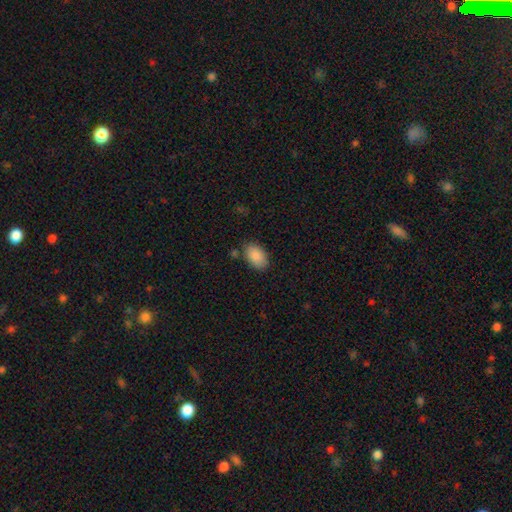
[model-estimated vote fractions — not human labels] smooth_or_featured: smooth (p=0.89) [alt: star or artifact p=0.07]
how_rounded: in between (p=0.92) [alt: round p=0.07]
merging: none (p=0.79) [alt: minor disturbance p=0.14]